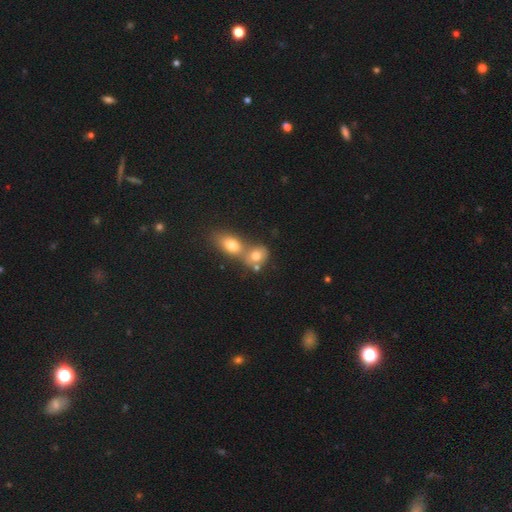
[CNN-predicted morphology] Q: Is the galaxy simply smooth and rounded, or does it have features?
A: smooth — 69%.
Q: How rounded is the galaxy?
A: round — 51%.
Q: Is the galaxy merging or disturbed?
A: merger — 60%.